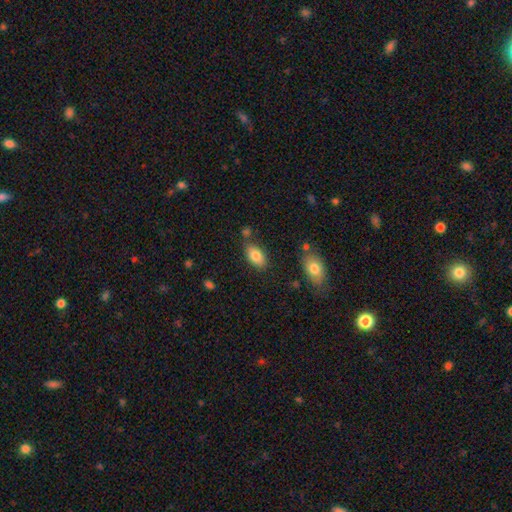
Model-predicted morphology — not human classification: Smooth or featured? smooth (82%)
How rounded? in between (93%)
Merging? none (77%)